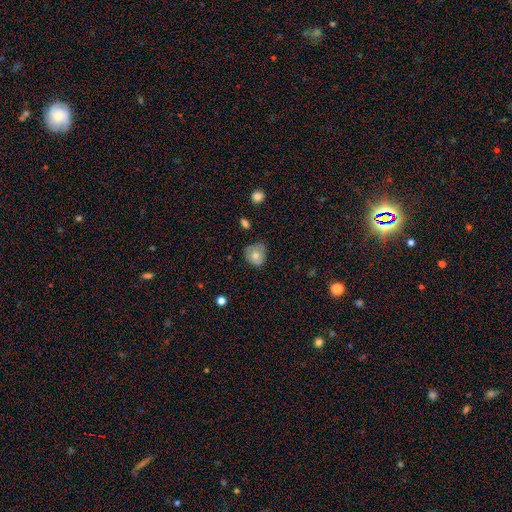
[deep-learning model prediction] Q: Smooth or featured?
A: smooth (66%); runner-up: featured or disk (25%)
Q: How rounded?
A: round (70%); runner-up: in between (29%)
Q: Merging?
A: none (55%); runner-up: minor disturbance (34%)